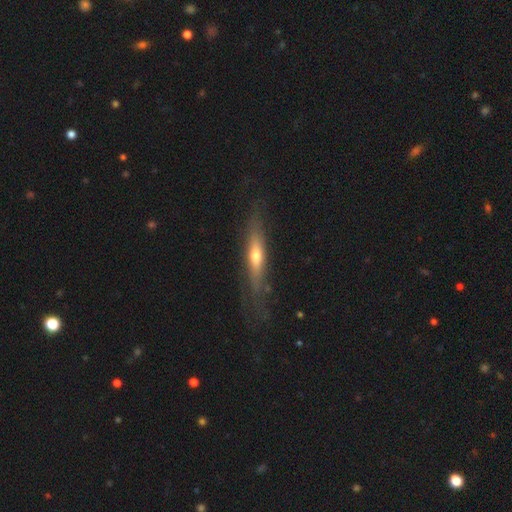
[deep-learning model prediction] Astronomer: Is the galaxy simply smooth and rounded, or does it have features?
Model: featured or disk — 53% (runner-up: smooth, 41%).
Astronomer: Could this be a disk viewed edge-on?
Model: yes — 81%.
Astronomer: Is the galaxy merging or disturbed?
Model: none — 74%.